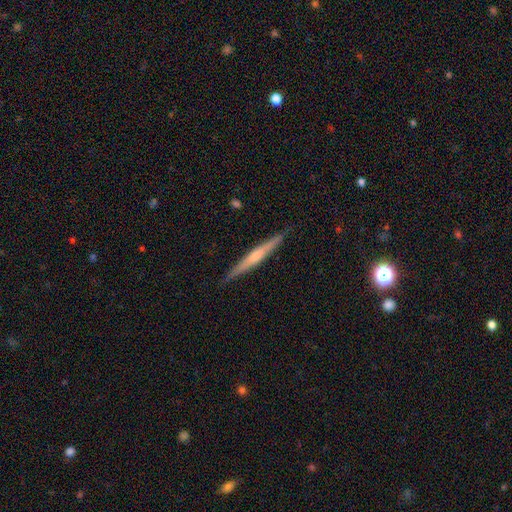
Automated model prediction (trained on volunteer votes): This appears to be a featured or disk galaxy (58%) viewed edge-on (97%) with a rounded central bulge (50%). Merging: none (90%).